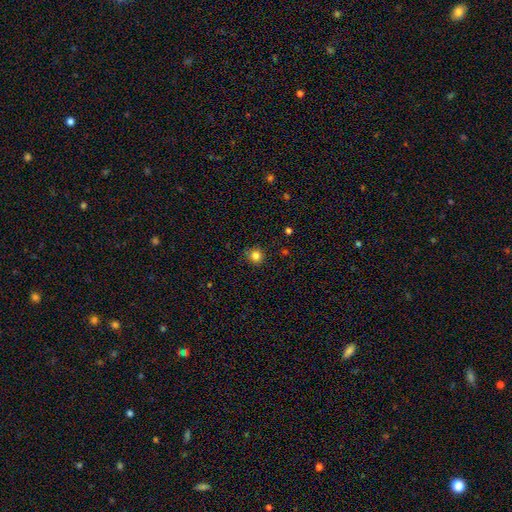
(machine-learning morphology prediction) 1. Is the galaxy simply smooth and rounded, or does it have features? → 82% smooth, 13% star or artifact, 5% featured or disk.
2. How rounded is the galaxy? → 92% round, 7% in between, 1% cigar-shaped.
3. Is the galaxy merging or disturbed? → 87% none, 9% minor disturbance, 2% major disturbance, 1% merger.